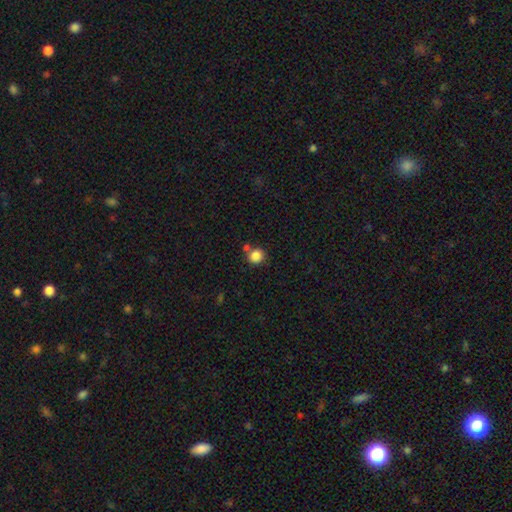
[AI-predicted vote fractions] Smooth or featured: smooth — 86% (star or artifact — 10%)
How rounded: round — 89% (in between — 10%)
Merging: none — 68% (merger — 18%)